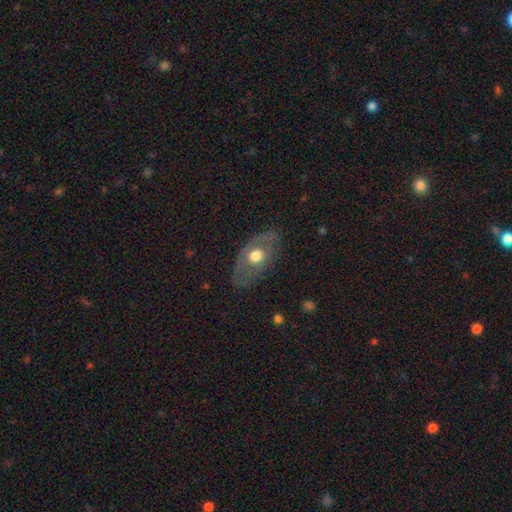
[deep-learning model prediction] The model was most divided on "smooth or featured": featured or disk: 47%, smooth: 46%, star or artifact: 7%. More confident: merging — none (74%).